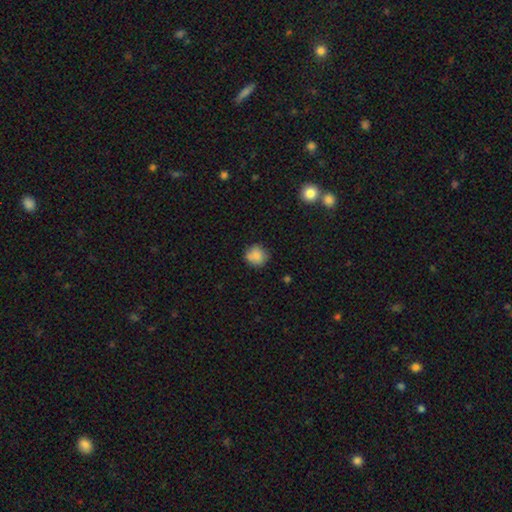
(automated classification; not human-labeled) Smooth or featured?
  - smooth: 83% *
  - star or artifact: 9%
  - featured or disk: 8%
How rounded?
  - round: 87% *
  - in between: 12%
  - cigar-shaped: 1%
Merging?
  - none: 74% *
  - minor disturbance: 19%
  - major disturbance: 4%
  - merger: 4%